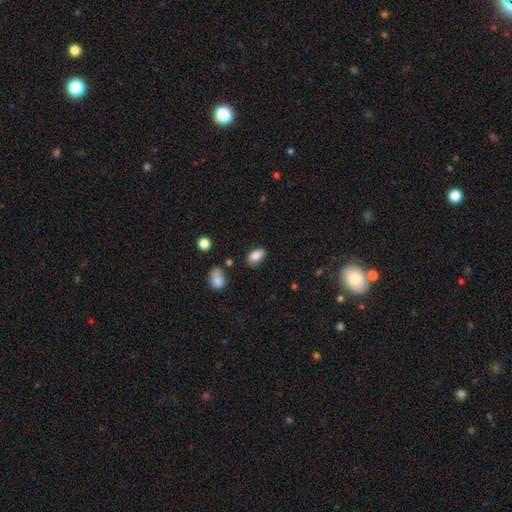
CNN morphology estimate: A smooth galaxy with no disk features (83%) that is in between round and cigar-shaped (87%).

Vote fractions:
- Smooth or featured? smooth: 83% / featured or disk: 9% / star or artifact: 8%
- How rounded? in between: 87% / round: 11% / cigar-shaped: 2%
- Merging? none: 76% / minor disturbance: 18% / major disturbance: 4% / merger: 3%